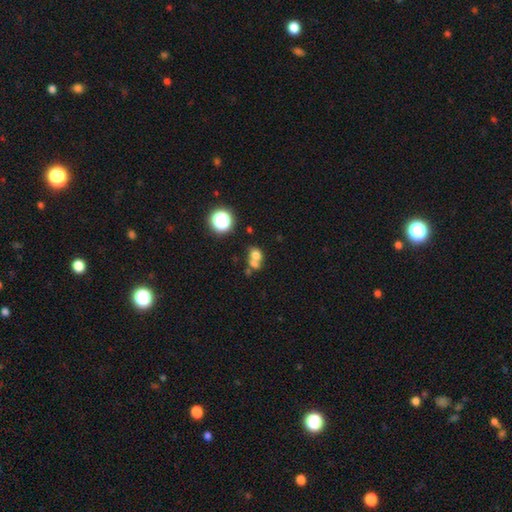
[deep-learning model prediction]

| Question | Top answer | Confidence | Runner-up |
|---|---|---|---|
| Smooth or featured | smooth | 68% | featured or disk (16%) |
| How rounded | round | 60% | in between (39%) |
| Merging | merger | 55% | none (31%) |